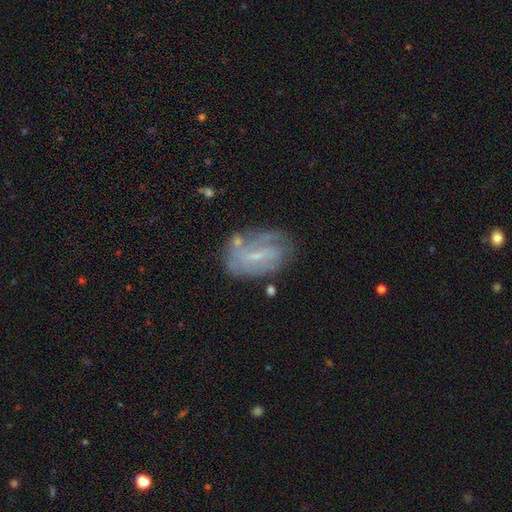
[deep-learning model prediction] A featured or disk galaxy (67%) with a weak bar (51%), spiral arms (72%) and a small central bulge (68%). Merging: none (60%).